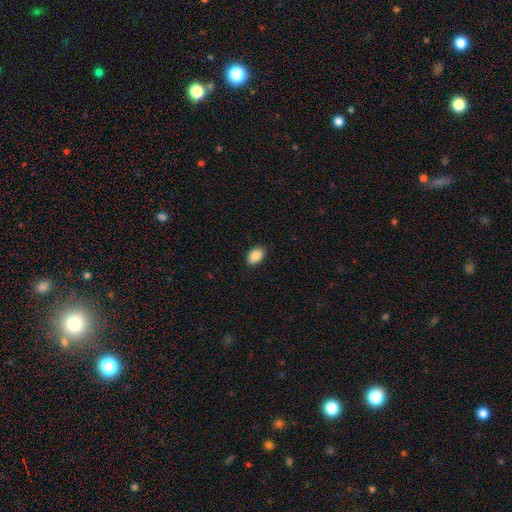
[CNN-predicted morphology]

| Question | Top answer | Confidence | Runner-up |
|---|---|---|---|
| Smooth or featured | smooth | 88% | star or artifact (7%) |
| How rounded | in between | 87% | round (12%) |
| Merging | none | 89% | minor disturbance (8%) |